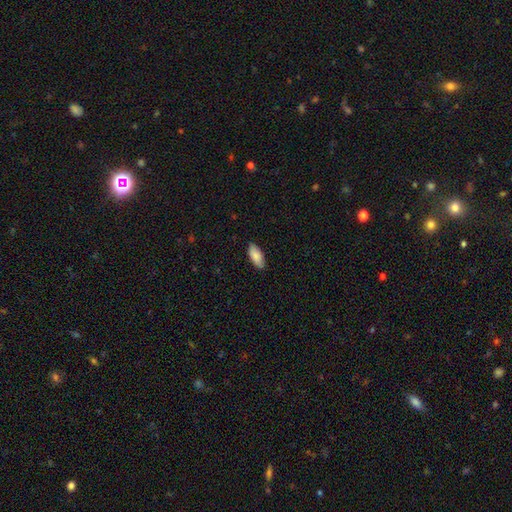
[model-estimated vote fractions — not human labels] This is clearly a smooth galaxy (85%). How rounded: clearly in between (88%). Merging: clearly none (86%).